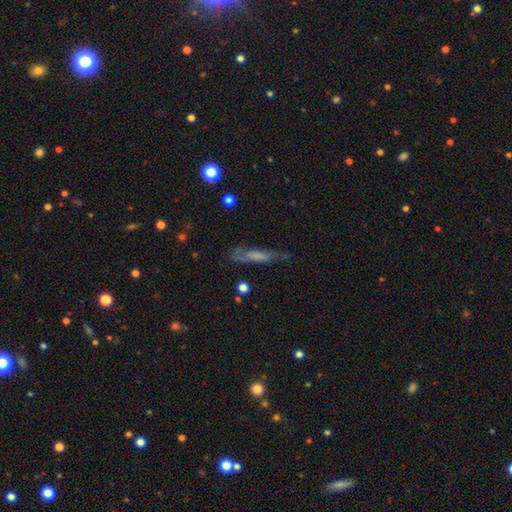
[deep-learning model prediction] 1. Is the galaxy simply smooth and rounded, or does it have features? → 47% smooth, 43% featured or disk, 10% star or artifact.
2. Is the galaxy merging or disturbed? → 59% none, 25% minor disturbance, 13% major disturbance, 3% merger.